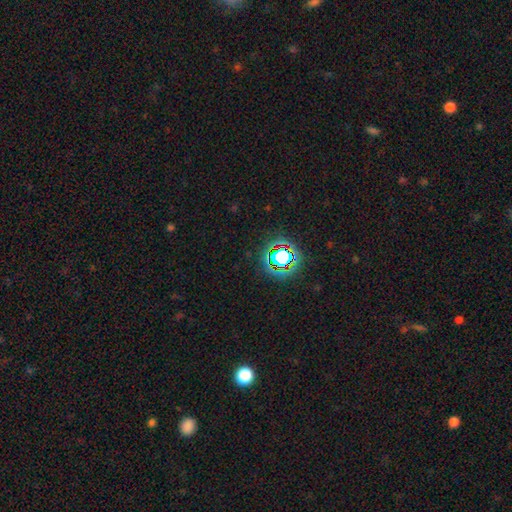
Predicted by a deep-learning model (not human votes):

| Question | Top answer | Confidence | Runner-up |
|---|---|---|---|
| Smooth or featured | star or artifact | 77% | smooth (13%) |